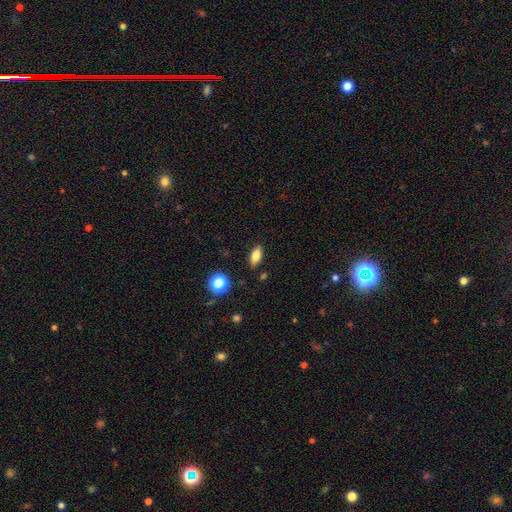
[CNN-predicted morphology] smooth-or-featured: smooth: 78% | featured or disk: 12% | star or artifact: 10%
  how-rounded: in between: 81% | cigar-shaped: 14% | round: 5%
  merging: none: 87% | minor disturbance: 9% | major disturbance: 2% | merger: 2%